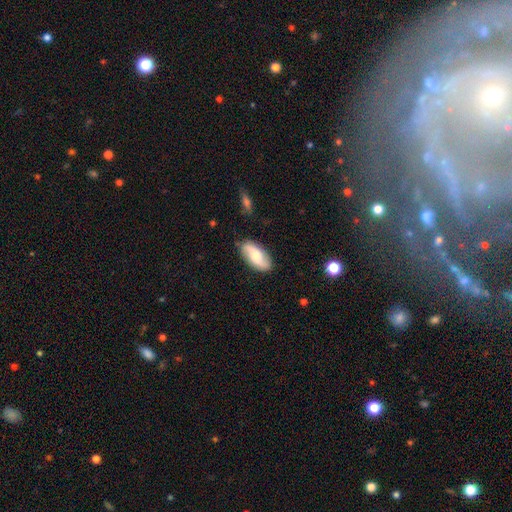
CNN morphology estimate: Overall: featured or disk (53%; smooth 41%). Edge-on disk: no (91%). Merging: none (84%).